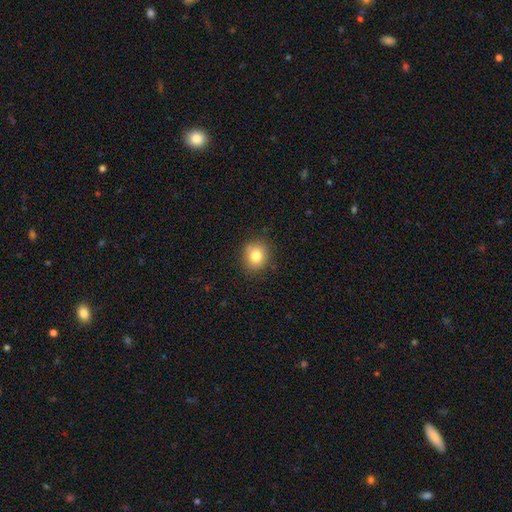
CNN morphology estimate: type=smooth (80%); roundness=round (82%); merging=none (85%).